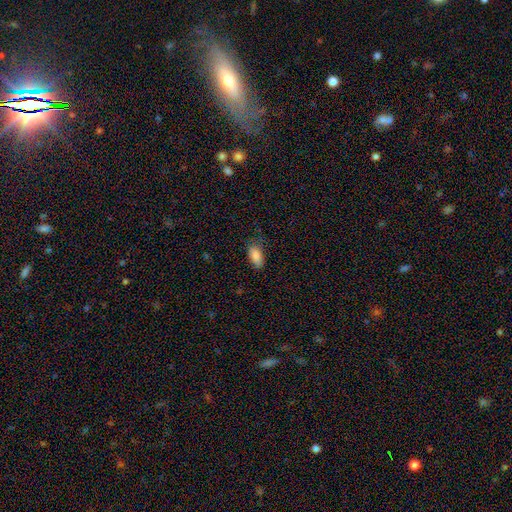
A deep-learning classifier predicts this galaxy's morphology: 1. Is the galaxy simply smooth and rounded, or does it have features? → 86% smooth, 7% star or artifact, 6% featured or disk.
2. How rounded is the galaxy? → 91% in between, 6% cigar-shaped, 3% round.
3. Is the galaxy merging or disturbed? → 73% none, 21% minor disturbance, 4% major disturbance, 1% merger.